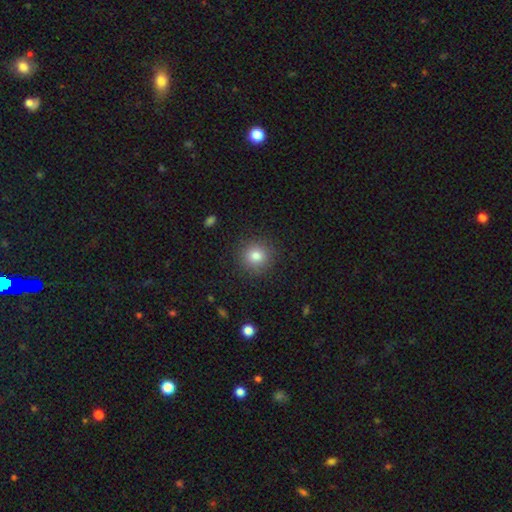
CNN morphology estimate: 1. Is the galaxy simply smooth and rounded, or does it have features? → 81% smooth, 12% star or artifact, 7% featured or disk.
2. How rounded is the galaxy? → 92% round, 7% in between, 1% cigar-shaped.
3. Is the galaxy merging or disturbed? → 89% none, 7% minor disturbance, 3% major disturbance, 1% merger.